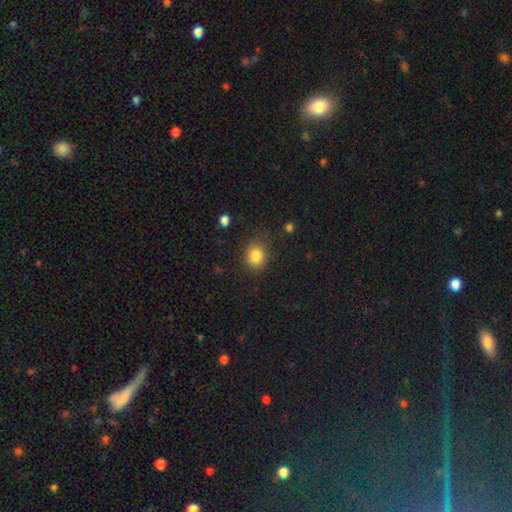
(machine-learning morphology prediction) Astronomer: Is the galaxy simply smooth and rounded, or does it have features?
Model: smooth — 85%.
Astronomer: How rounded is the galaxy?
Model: round — 62% (runner-up: in between, 37%).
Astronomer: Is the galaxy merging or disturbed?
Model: none — 78%.